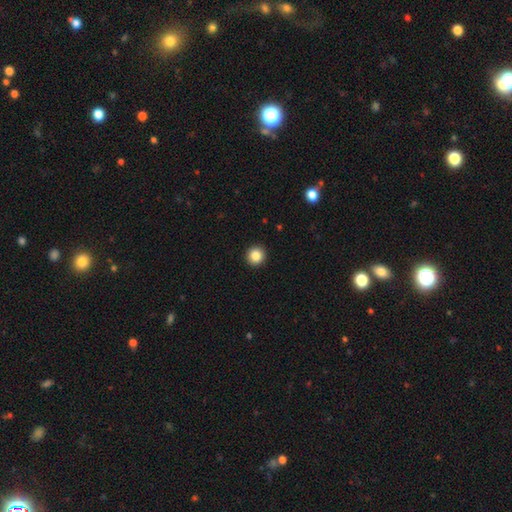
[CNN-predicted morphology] Smooth or featured? Predicted: smooth (p=0.86). How rounded? Predicted: round (p=0.95). Merging? Predicted: none (p=0.94).